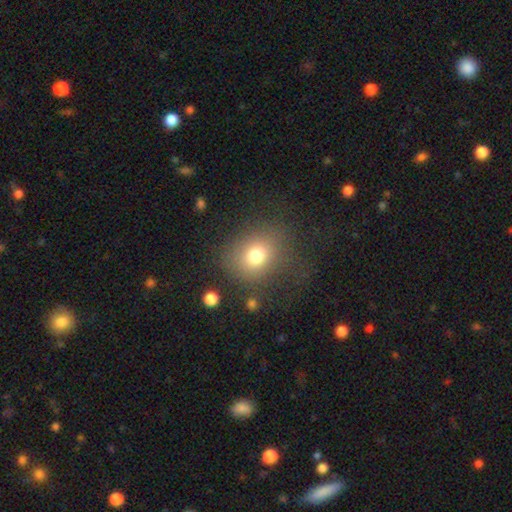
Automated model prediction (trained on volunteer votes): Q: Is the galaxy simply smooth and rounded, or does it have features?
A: smooth — 75%.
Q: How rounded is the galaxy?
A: round — 66%.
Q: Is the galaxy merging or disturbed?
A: none — 72%.